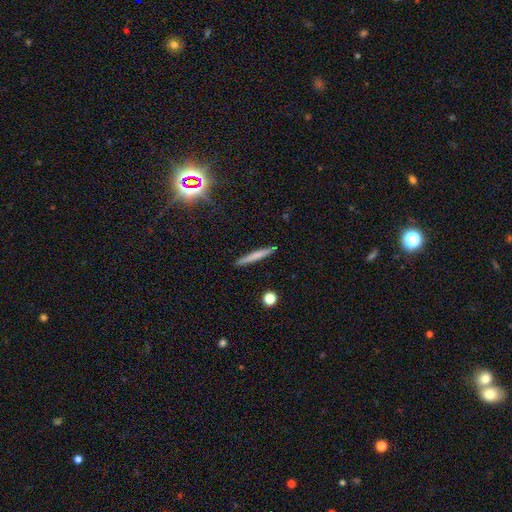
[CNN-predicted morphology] smooth_or_featured: smooth (p=0.65) [alt: featured or disk p=0.28]
how_rounded: cigar-shaped (p=0.96) [alt: in between p=0.03]
merging: none (p=0.90) [alt: minor disturbance p=0.07]